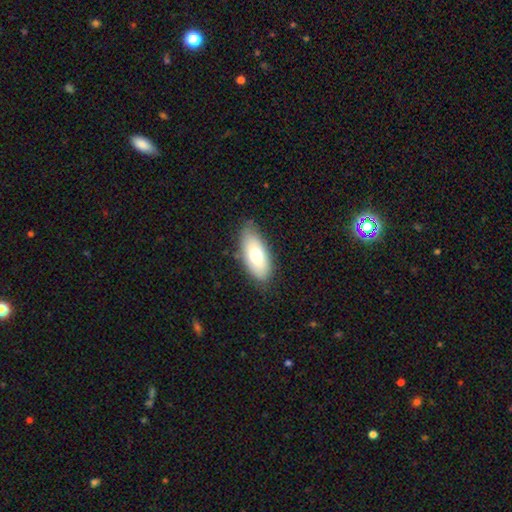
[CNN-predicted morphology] A smooth galaxy with no disk features (70%) that is in between round and cigar-shaped (88%). Merging: none (79%).